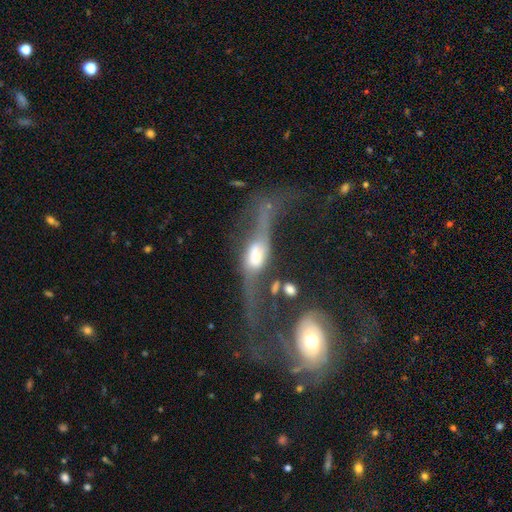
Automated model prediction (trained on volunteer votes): This appears to be a featured or disk galaxy (72%). Merging: major disturbance (38%).